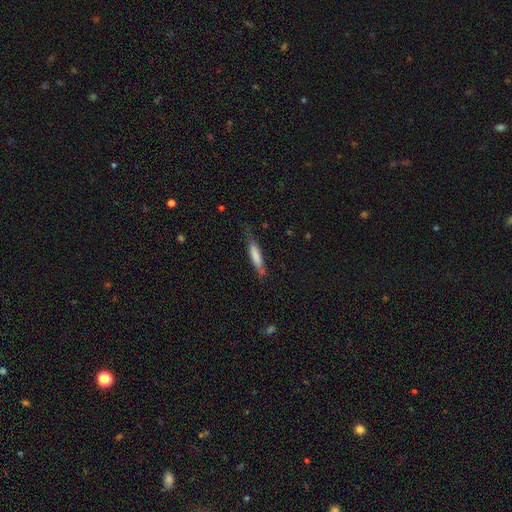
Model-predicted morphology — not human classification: Smooth or featured?
  - smooth: 71% *
  - featured or disk: 23%
  - star or artifact: 6%
How rounded?
  - cigar-shaped: 86% *
  - in between: 13%
  - round: 1%
Merging?
  - none: 69% *
  - minor disturbance: 24%
  - major disturbance: 6%
  - merger: 2%